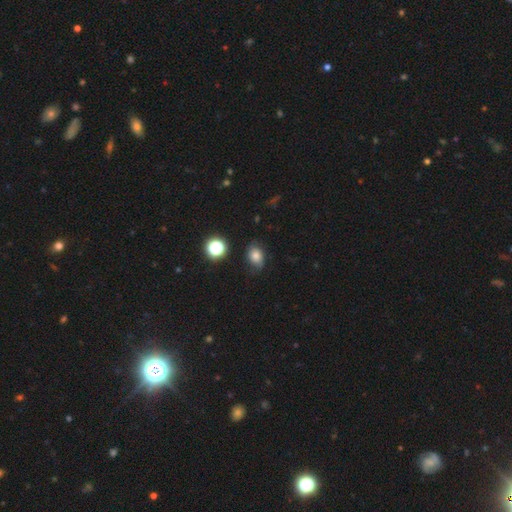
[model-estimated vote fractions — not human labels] A smooth galaxy with no disk features (71%) that is in between round and cigar-shaped (69%).

Vote fractions:
- Smooth or featured? smooth: 71% / featured or disk: 15% / star or artifact: 14%
- How rounded? in between: 69% / round: 30% / cigar-shaped: 1%
- Merging? none: 67% / minor disturbance: 24% / major disturbance: 6% / merger: 2%